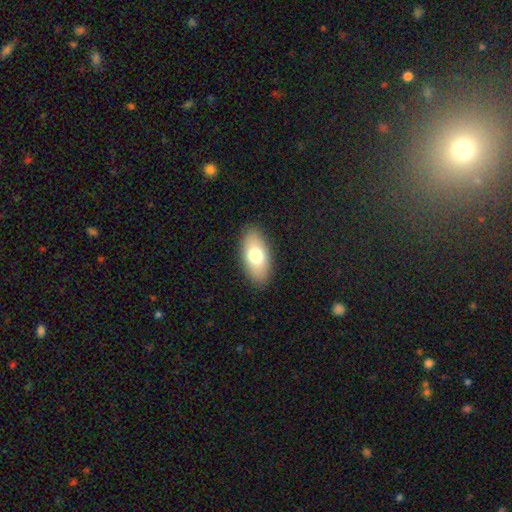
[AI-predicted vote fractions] Q: Smooth or featured?
A: smooth (72%); runner-up: featured or disk (20%)
Q: How rounded?
A: in between (91%); runner-up: cigar-shaped (6%)
Q: Merging?
A: none (88%); runner-up: minor disturbance (9%)